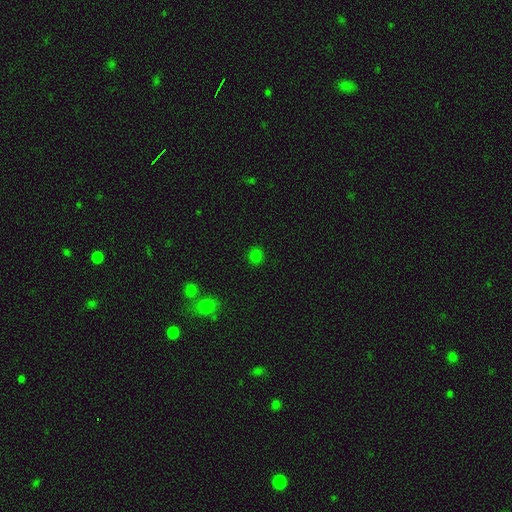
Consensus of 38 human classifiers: Volunteers were most divided on "how rounded": round: 89%, in between: 11%, cigar-shaped: 0%. More confident: merging — none (97%); smooth or featured — smooth (92%).